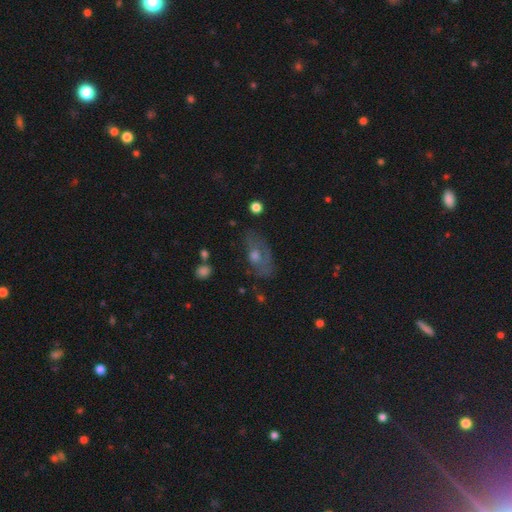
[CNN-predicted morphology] Overall: featured or disk (48%; smooth 37%). Merging: none (58%; minor disturbance 24%).